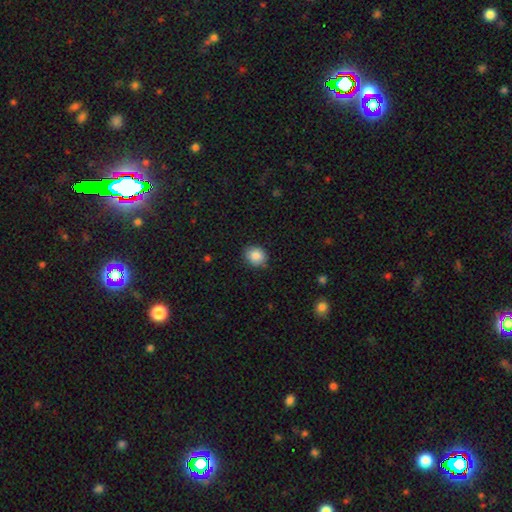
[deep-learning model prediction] Q: Smooth or featured?
A: smooth (87%); runner-up: star or artifact (8%)
Q: How rounded?
A: round (73%); runner-up: in between (26%)
Q: Merging?
A: none (85%); runner-up: minor disturbance (12%)